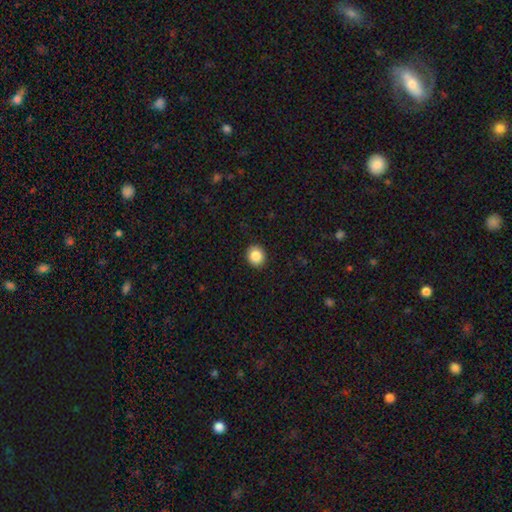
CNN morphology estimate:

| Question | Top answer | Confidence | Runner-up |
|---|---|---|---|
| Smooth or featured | smooth | 87% | star or artifact (9%) |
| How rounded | round | 77% | in between (22%) |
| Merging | none | 92% | minor disturbance (6%) |